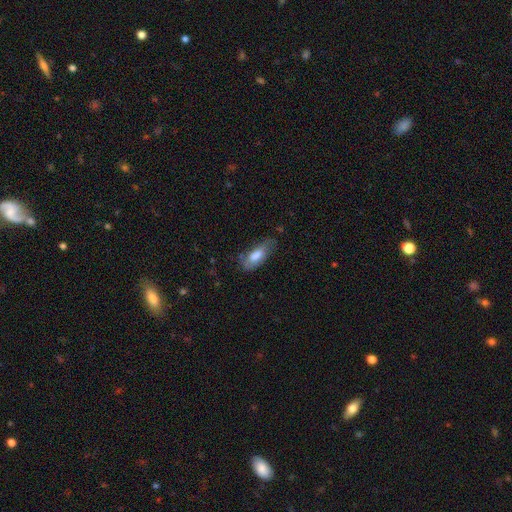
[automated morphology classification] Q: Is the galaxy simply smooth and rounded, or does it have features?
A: smooth — 63%.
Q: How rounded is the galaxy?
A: in between — 82%.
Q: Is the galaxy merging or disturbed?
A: none — 51%.